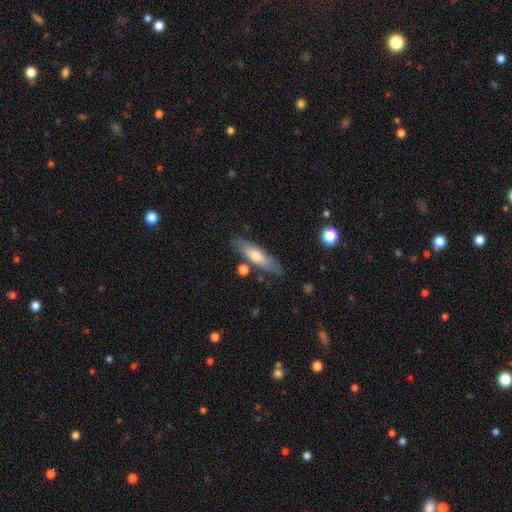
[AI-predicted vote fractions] Overall: smooth (57%; featured or disk 37%). How rounded: cigar-shaped (71%). Merging: none (80%).